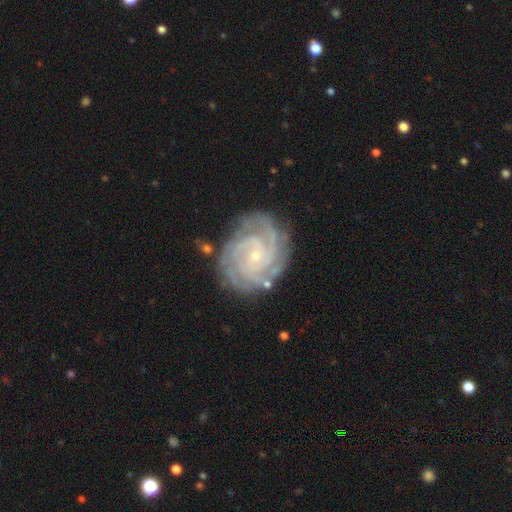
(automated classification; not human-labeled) This appears to be a featured or disk galaxy (91%) with no bar (69%), 3 (28%) tight (79%) spiral arms (98%) and a small central bulge (85%). Merging: none (76%).